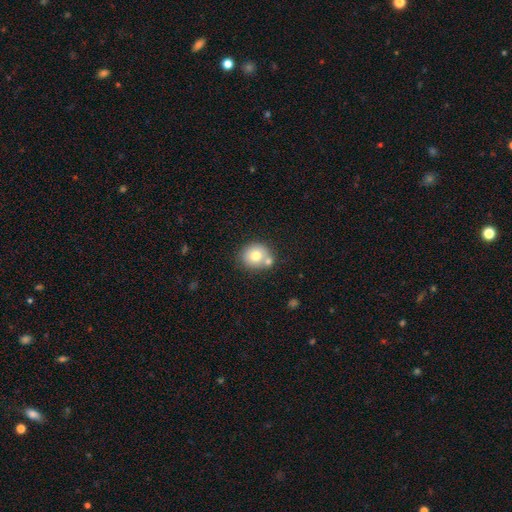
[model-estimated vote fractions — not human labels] Overall: smooth (72%). How rounded: round (80%). Merging: none (53%; merger 31%).